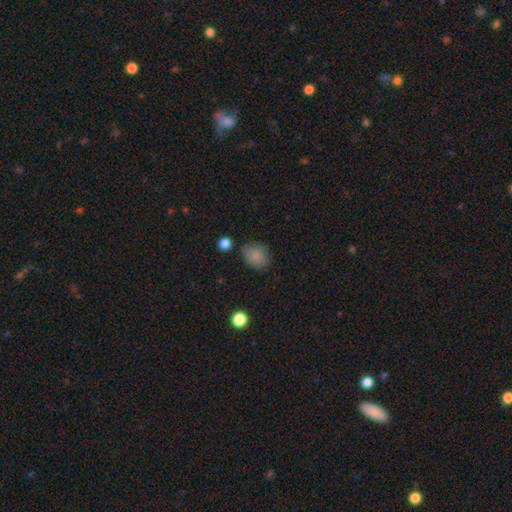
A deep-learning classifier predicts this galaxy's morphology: This is clearly a smooth galaxy (84%). How rounded: possibly round (55%). Merging: likely none (74%).